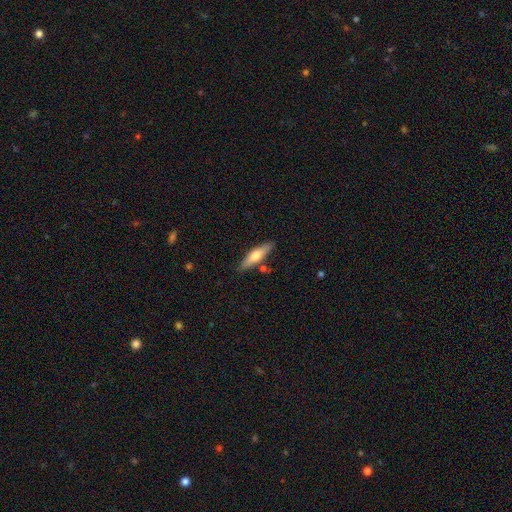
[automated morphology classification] Smooth or featured?
  - smooth: 58% *
  - featured or disk: 36%
  - star or artifact: 6%
How rounded?
  - cigar-shaped: 68% *
  - in between: 30%
  - round: 2%
Merging?
  - none: 80% *
  - minor disturbance: 12%
  - merger: 6%
  - major disturbance: 3%